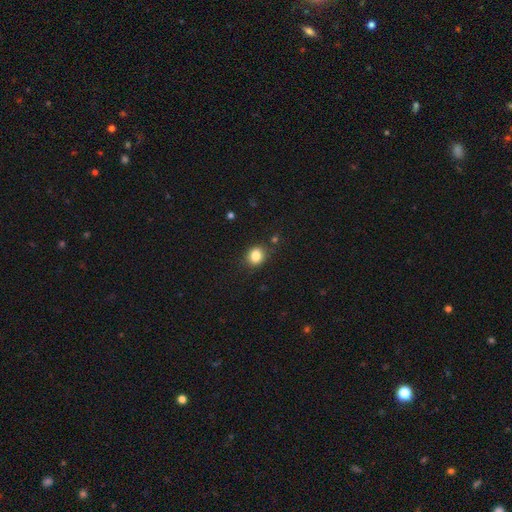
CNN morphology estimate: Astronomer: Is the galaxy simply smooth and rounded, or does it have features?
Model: smooth — 83%.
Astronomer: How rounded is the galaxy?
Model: round — 69%.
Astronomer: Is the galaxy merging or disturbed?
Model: none — 83%.